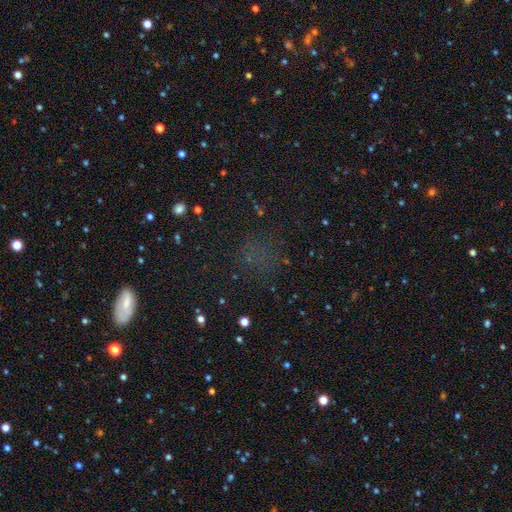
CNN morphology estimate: smooth_or_featured: star or artifact (p=0.45) [alt: smooth p=0.43]